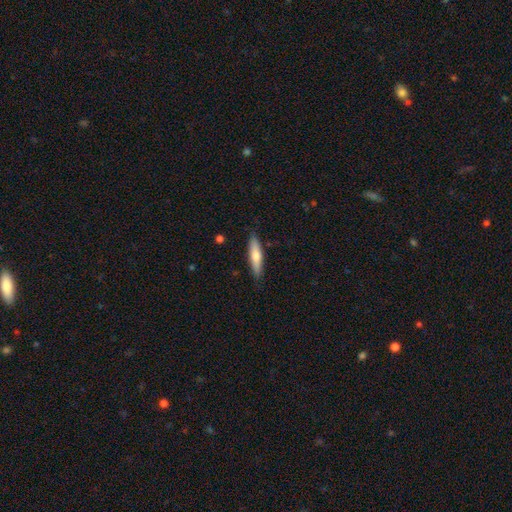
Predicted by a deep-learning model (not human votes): smooth_or_featured: smooth (p=0.63) [alt: featured or disk p=0.31]
how_rounded: cigar-shaped (p=0.75) [alt: in between p=0.23]
merging: none (p=0.86) [alt: minor disturbance p=0.11]